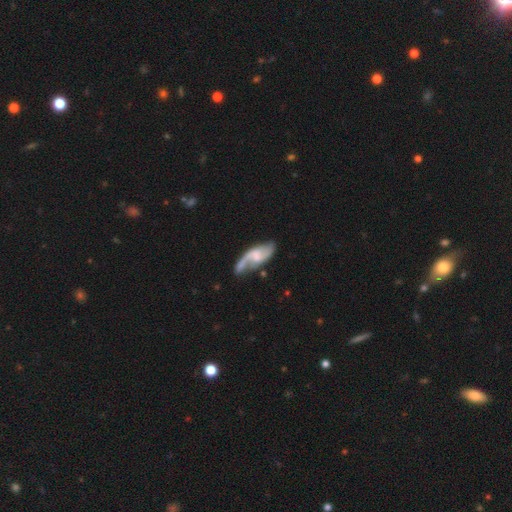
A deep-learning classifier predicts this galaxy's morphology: Smooth or featured: featured or disk — 77% (smooth — 18%)
Edge-on disk: no — 94% (yes — 6%)
Bar: weak — 44% (no — 43%)
Spiral arms: yes — 92% (no — 8%)
Spiral winding: loose — 66% (medium — 27%)
Spiral arm count: 2 — 80% (1 — 12%)
Bulge size: small — 33% (tied with none — 33%)
Merging: none — 53% (minor disturbance — 24%)